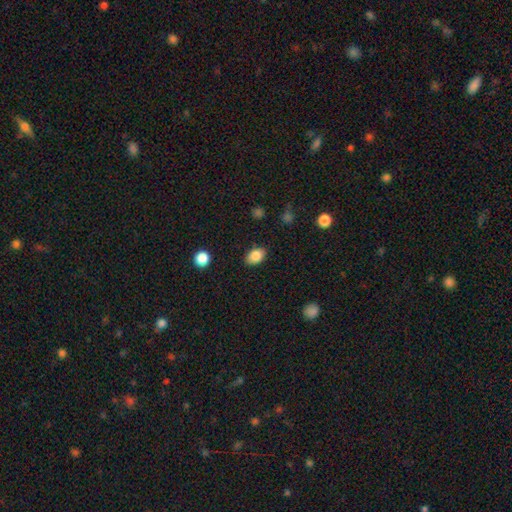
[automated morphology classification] Smooth or featured?
  - smooth: 85% *
  - star or artifact: 8%
  - featured or disk: 6%
How rounded?
  - in between: 83% *
  - round: 15%
  - cigar-shaped: 1%
Merging?
  - none: 85% *
  - minor disturbance: 11%
  - major disturbance: 3%
  - merger: 1%